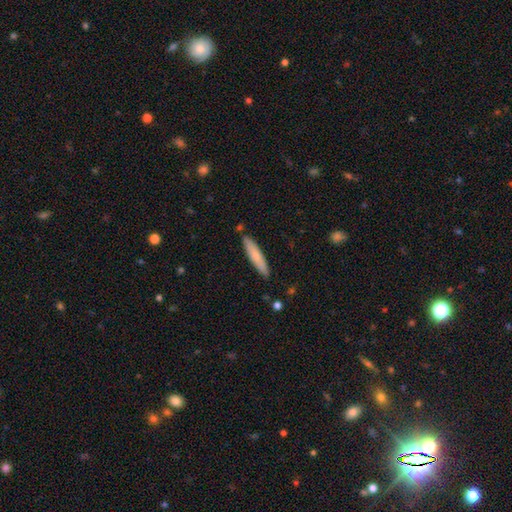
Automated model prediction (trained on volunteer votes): Q: Smooth or featured?
A: smooth (72%); runner-up: featured or disk (22%)
Q: How rounded?
A: cigar-shaped (88%); runner-up: in between (11%)
Q: Merging?
A: none (87%); runner-up: minor disturbance (9%)